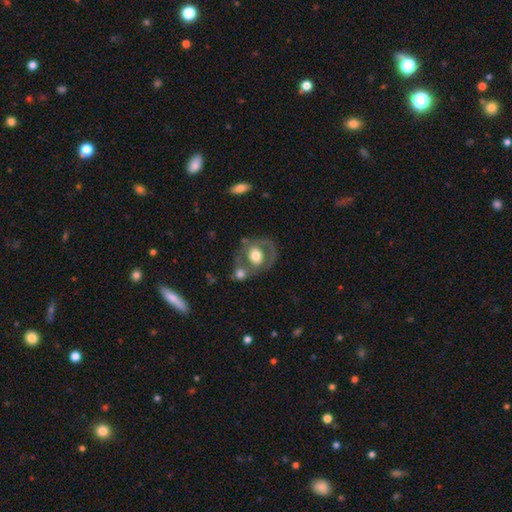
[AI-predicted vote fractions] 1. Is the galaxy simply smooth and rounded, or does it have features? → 48% featured or disk, 45% smooth, 7% star or artifact.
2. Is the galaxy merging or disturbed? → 47% none, 26% merger, 16% minor disturbance, 12% major disturbance.